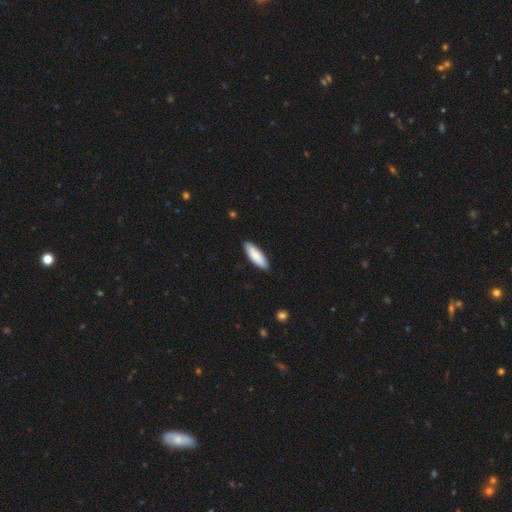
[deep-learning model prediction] This appears to be a smooth galaxy with no disk features (85%) that is in between round and cigar-shaped (52%). Merging: none (89%).